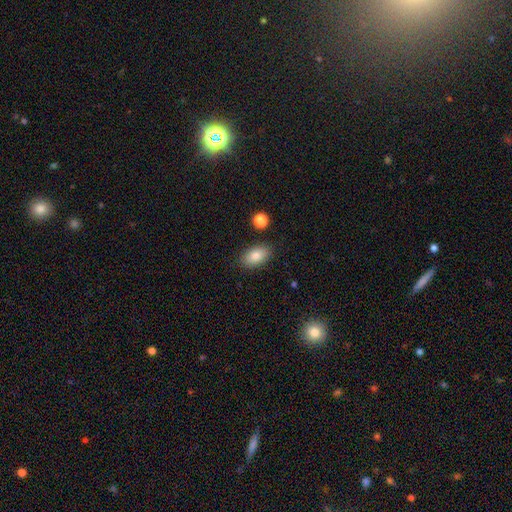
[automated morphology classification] The model was most divided on "merging": none: 86%, minor disturbance: 10%, major disturbance: 3%, merger: 2%. More confident: how rounded — in between (92%); smooth or featured — smooth (85%).